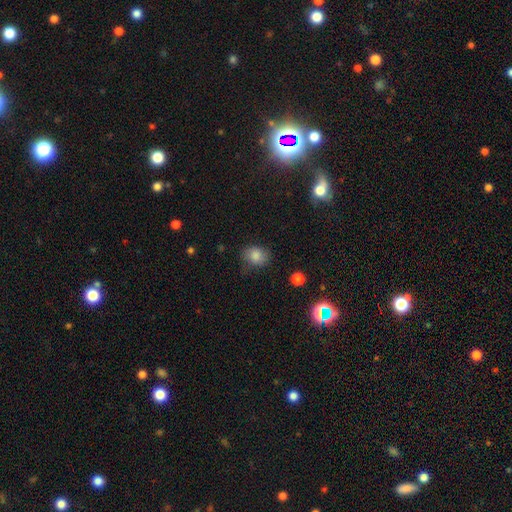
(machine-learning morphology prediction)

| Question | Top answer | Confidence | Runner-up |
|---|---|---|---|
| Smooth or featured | smooth | 83% | star or artifact (10%) |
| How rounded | round | 54% | in between (45%) |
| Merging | none | 69% | minor disturbance (23%) |